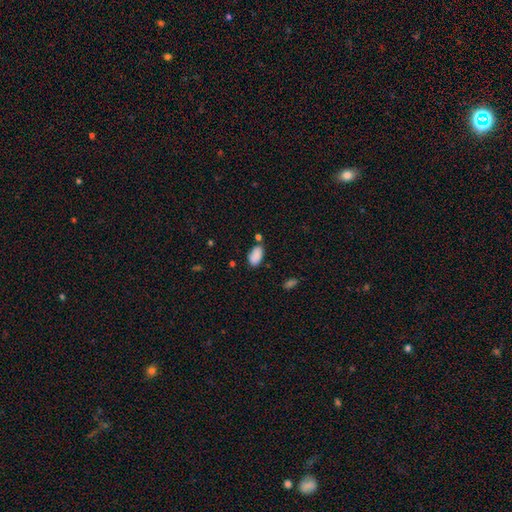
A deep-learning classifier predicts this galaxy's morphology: The model was most divided on "merging": none: 67%, minor disturbance: 18%, merger: 10%, major disturbance: 4%. More confident: how rounded — in between (94%); smooth or featured — smooth (87%).